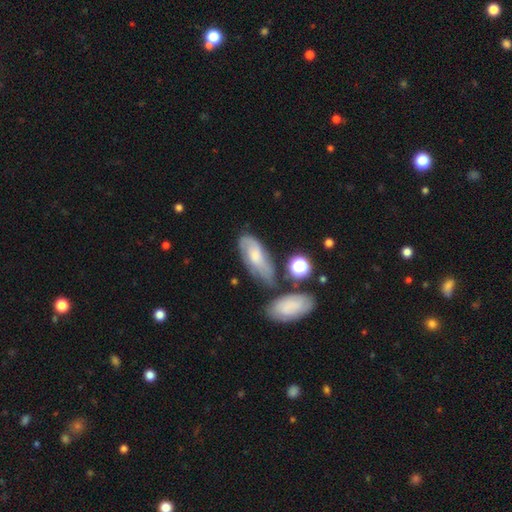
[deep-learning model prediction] This appears to be a featured or disk galaxy (53%). Merging: none (53%).